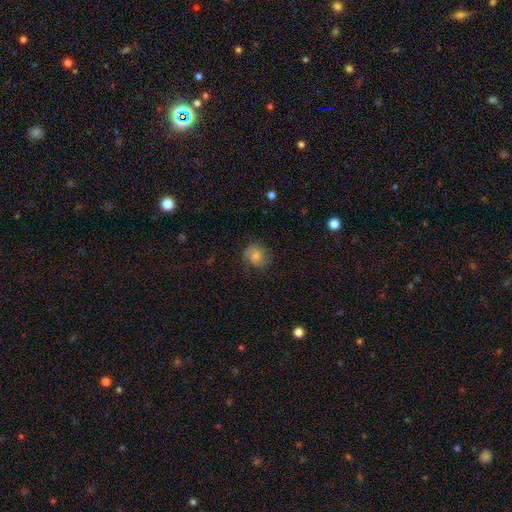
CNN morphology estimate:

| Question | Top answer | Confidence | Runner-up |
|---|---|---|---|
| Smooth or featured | smooth | 75% | featured or disk (16%) |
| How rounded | round | 71% | in between (28%) |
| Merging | none | 71% | minor disturbance (21%) |